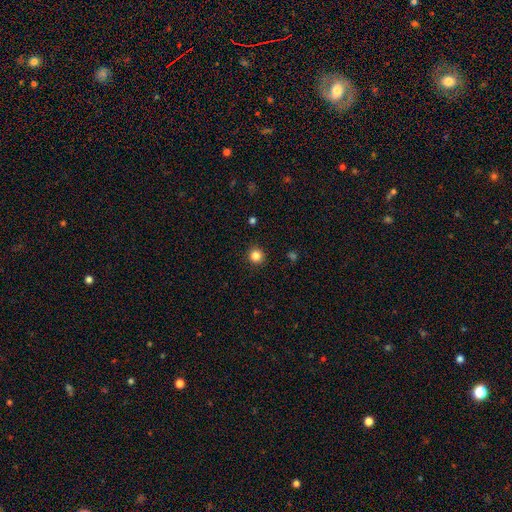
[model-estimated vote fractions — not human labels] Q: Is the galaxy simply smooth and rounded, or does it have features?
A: smooth — 84%.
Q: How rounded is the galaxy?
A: round — 95%.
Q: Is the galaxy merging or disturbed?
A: none — 92%.